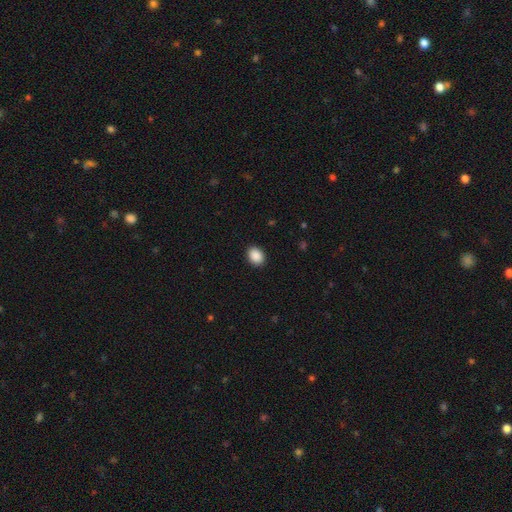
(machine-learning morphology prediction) smooth-or-featured: smooth: 90% | star or artifact: 8% | featured or disk: 2%
  how-rounded: in between: 66% | round: 33% | cigar-shaped: 1%
  merging: none: 91% | minor disturbance: 6% | major disturbance: 2% | merger: 1%